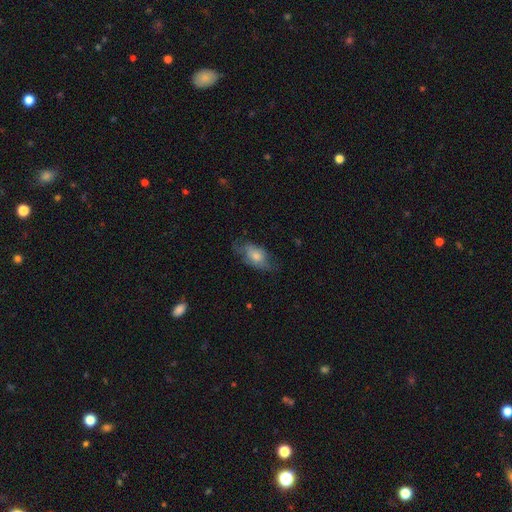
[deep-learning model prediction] Overall: smooth (66%; featured or disk 27%). How rounded: in between (89%). Merging: none (52%; minor disturbance 30%).